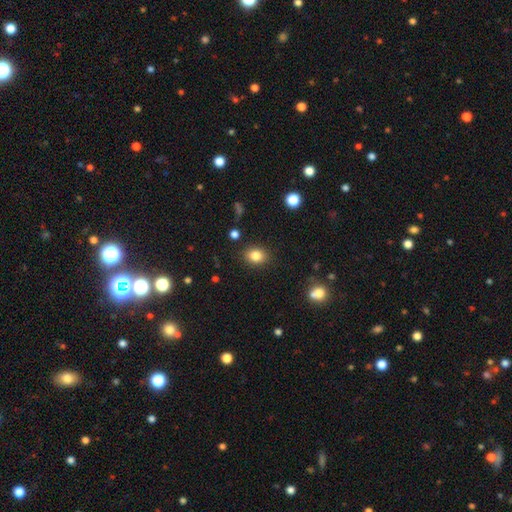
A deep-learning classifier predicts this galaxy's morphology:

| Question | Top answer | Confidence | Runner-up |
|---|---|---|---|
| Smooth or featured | smooth | 83% | star or artifact (10%) |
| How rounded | in between | 53% | round (46%) |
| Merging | none | 87% | minor disturbance (9%) |